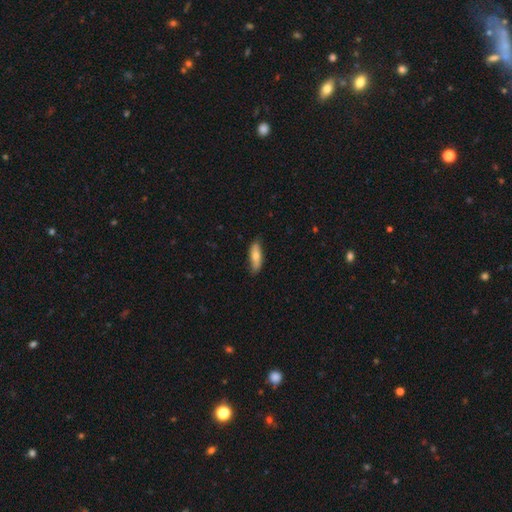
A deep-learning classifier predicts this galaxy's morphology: A smooth galaxy with no disk features (68%) that is in between round and cigar-shaped (53%).

Vote fractions:
- Smooth or featured? smooth: 68% / featured or disk: 26% / star or artifact: 6%
- How rounded? in between: 53% / cigar-shaped: 44% / round: 2%
- Merging? none: 80% / minor disturbance: 16% / major disturbance: 2% / merger: 1%